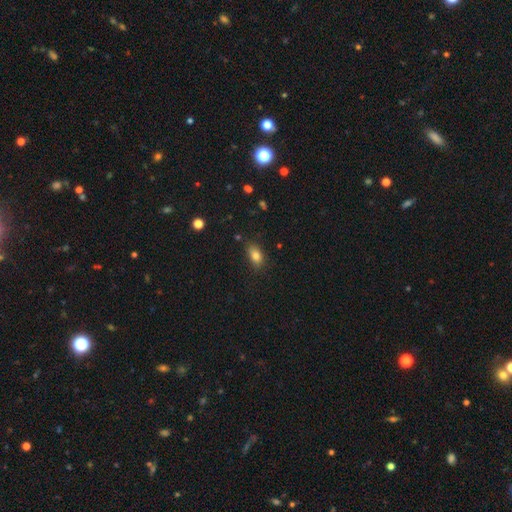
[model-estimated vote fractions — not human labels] The model was most divided on "merging": none: 78%, minor disturbance: 17%, major disturbance: 3%, merger: 2%. More confident: how rounded — in between (85%); smooth or featured — smooth (82%).